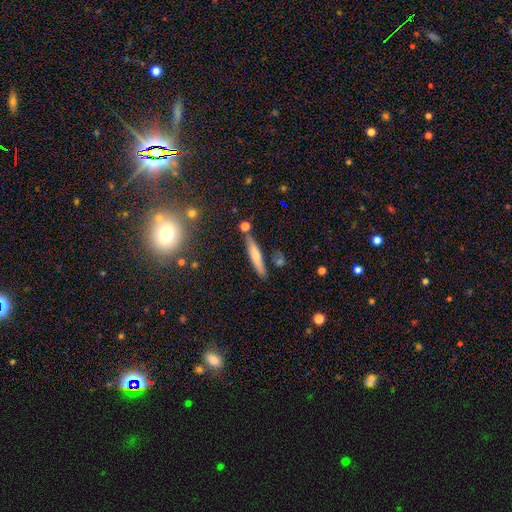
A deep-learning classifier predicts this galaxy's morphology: smooth-or-featured: smooth: 61% | featured or disk: 32% | star or artifact: 8%
  how-rounded: cigar-shaped: 88% | in between: 10% | round: 2%
  merging: none: 79% | minor disturbance: 11% | merger: 7% | major disturbance: 3%